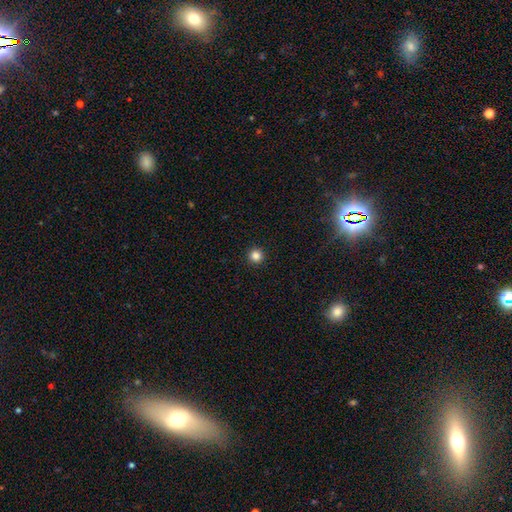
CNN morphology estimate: This appears to be a smooth galaxy with no disk features (84%) that is round (96%). Merging: none (93%).